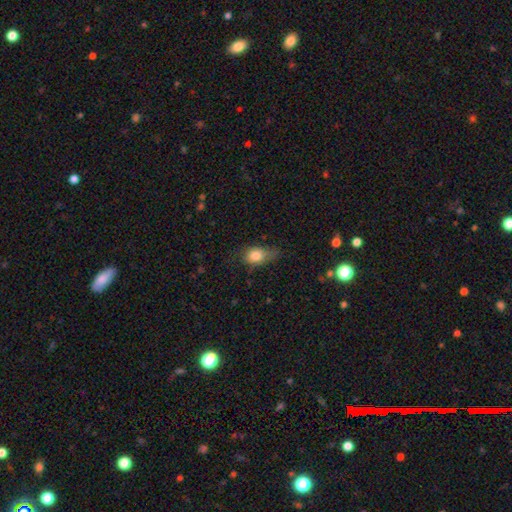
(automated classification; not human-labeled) The model was most divided on "merging": none: 43%, minor disturbance: 38%, major disturbance: 16%, merger: 2%. More confident: smooth or featured — smooth (79%); how rounded — in between (70%).